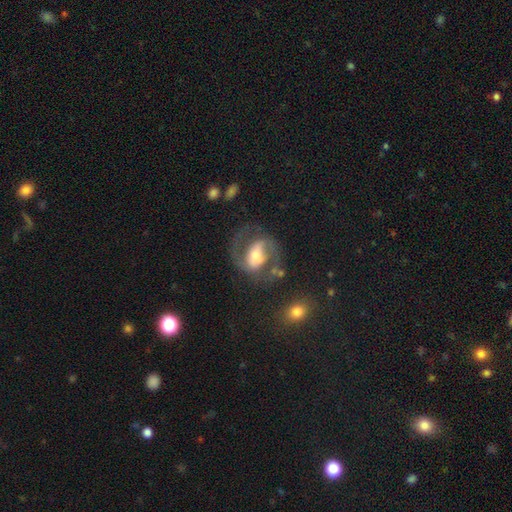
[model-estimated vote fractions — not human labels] The model was most divided on "bar": strong: 44%, weak: 35%, no: 21%. Remaining: edge-on disk — no (96%); spiral arm count — 2 (87%); spiral arms — yes (85%); smooth or featured — featured or disk (76%); merging — none (60%); spiral winding — medium (55%); bulge size — moderate (48%).